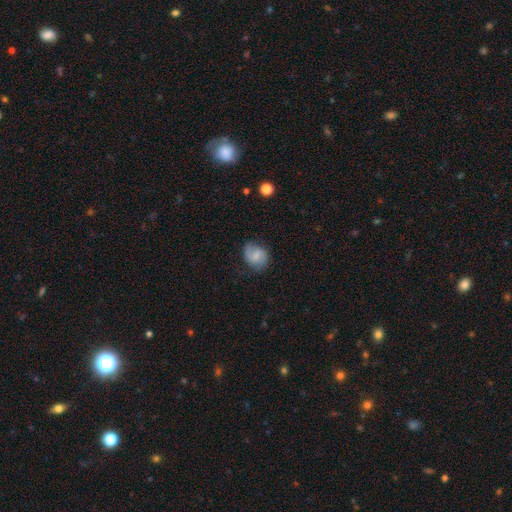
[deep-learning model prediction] This appears to be a featured or disk galaxy (46%, tied with smooth). Merging: none (67%).